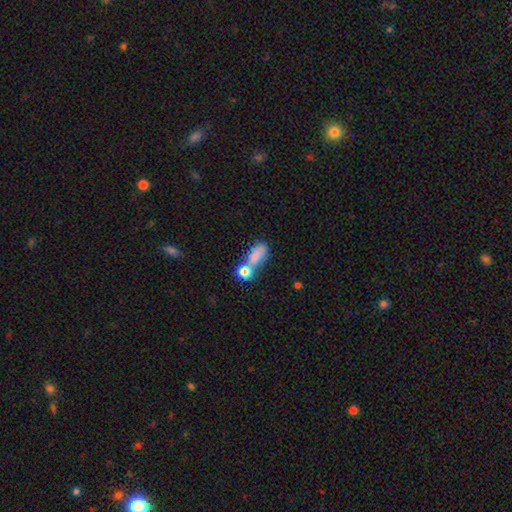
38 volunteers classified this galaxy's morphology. Overall: smooth (76%). How rounded: in between (83%). Merging: merger (47%; none 28%).